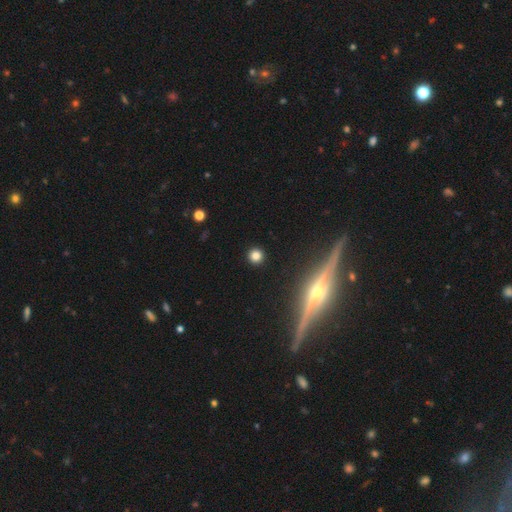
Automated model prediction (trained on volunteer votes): smooth_or_featured: smooth (p=0.78) [alt: star or artifact p=0.15]
how_rounded: round (p=0.94) [alt: in between p=0.04]
merging: none (p=0.92) [alt: minor disturbance p=0.05]